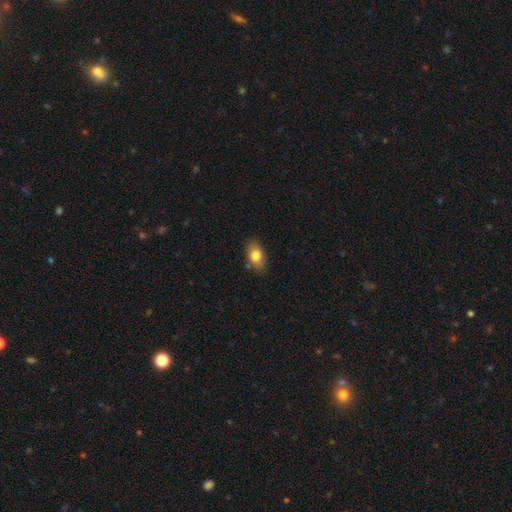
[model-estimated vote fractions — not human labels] Smooth or featured?
  - smooth: 80% *
  - featured or disk: 13%
  - star or artifact: 7%
How rounded?
  - in between: 88% *
  - round: 10%
  - cigar-shaped: 2%
Merging?
  - none: 81% *
  - minor disturbance: 15%
  - major disturbance: 3%
  - merger: 2%